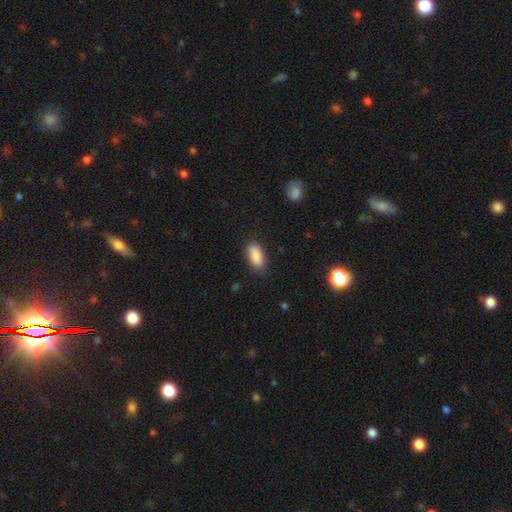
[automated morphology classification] This is clearly a smooth galaxy (88%). How rounded: clearly in between (89%). Merging: clearly none (82%).